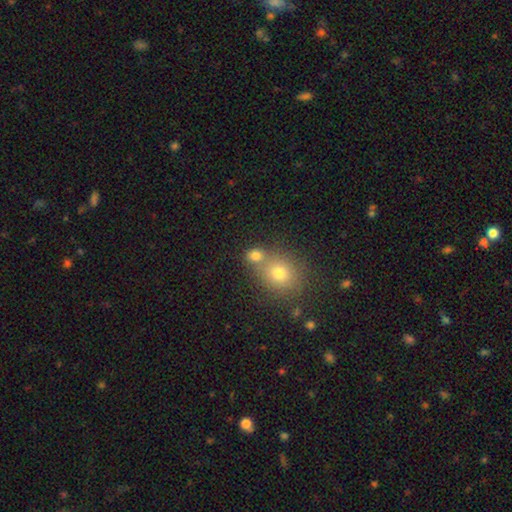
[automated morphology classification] The model was most divided on "merging": none: 50%, merger: 38%, minor disturbance: 8%, major disturbance: 4%. More confident: smooth or featured — smooth (77%); how rounded — round (73%).